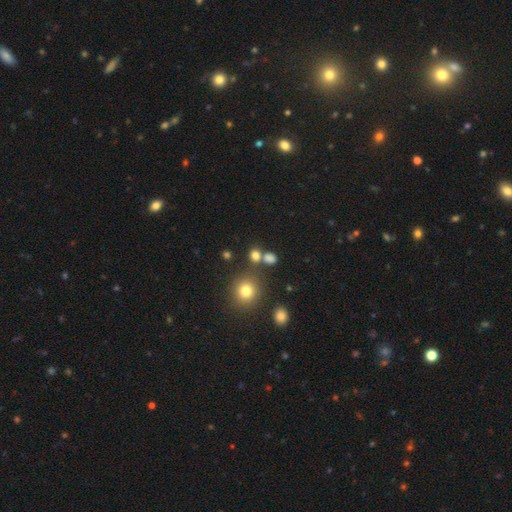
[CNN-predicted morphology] Smooth or featured? Predicted: smooth (p=0.76). How rounded? Predicted: round (p=0.72). Merging? Predicted: none (p=0.64).